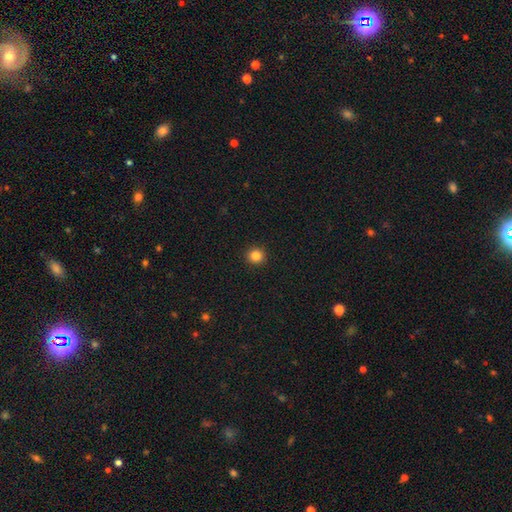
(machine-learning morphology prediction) Smooth or featured: smooth — 84% (star or artifact — 12%)
How rounded: round — 94% (in between — 5%)
Merging: none — 93% (minor disturbance — 4%)